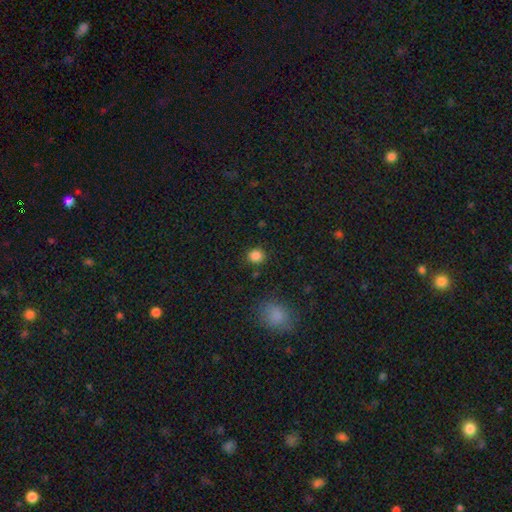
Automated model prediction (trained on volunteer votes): Overall: smooth (85%). How rounded: round (86%). Merging: none (87%).